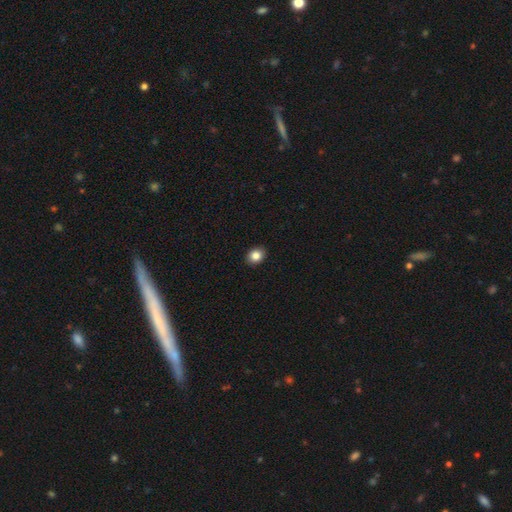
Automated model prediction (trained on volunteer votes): Smooth or featured?
  - smooth: 85% *
  - star or artifact: 9%
  - featured or disk: 6%
How rounded?
  - in between: 50% *
  - round: 49%
  - cigar-shaped: 1%
Merging?
  - none: 90% *
  - minor disturbance: 7%
  - major disturbance: 2%
  - merger: 1%